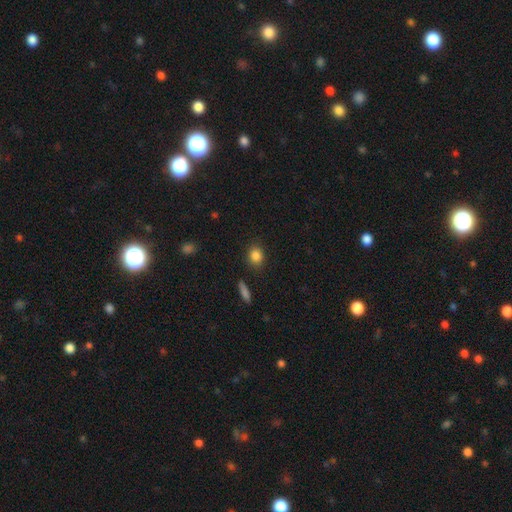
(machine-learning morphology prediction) Q: Smooth or featured?
A: smooth (85%); runner-up: star or artifact (10%)
Q: How rounded?
A: round (61%); runner-up: in between (38%)
Q: Merging?
A: none (86%); runner-up: minor disturbance (10%)